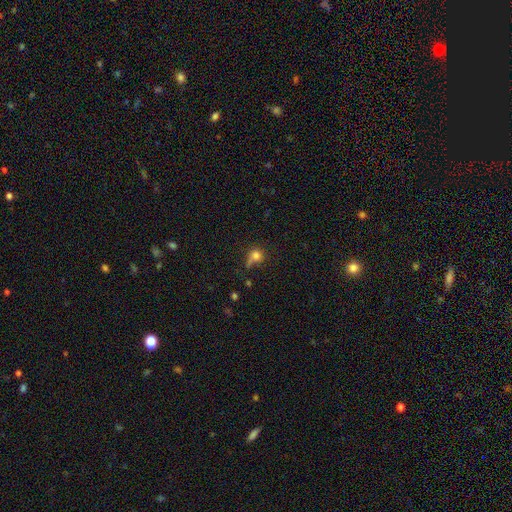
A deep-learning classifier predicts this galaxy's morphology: smooth-or-featured: smooth: 73% | star or artifact: 14% | featured or disk: 13%
  how-rounded: round: 78% | in between: 20% | cigar-shaped: 2%
  merging: none: 43% | major disturbance: 23% | minor disturbance: 22% | merger: 12%